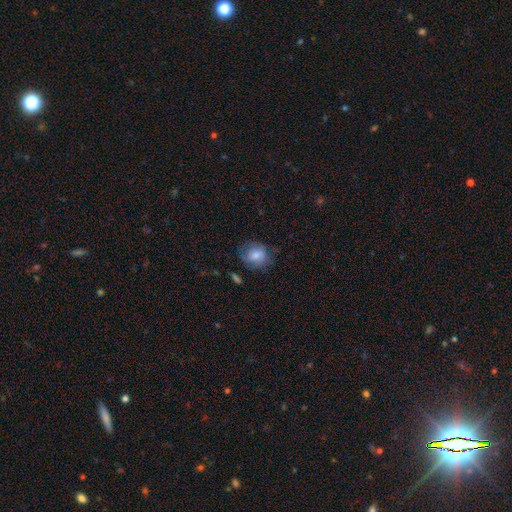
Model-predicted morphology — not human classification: Smooth or featured?
  - smooth: 72% *
  - featured or disk: 20%
  - star or artifact: 8%
How rounded?
  - round: 63% *
  - in between: 36%
  - cigar-shaped: 1%
Merging?
  - none: 64% *
  - minor disturbance: 24%
  - major disturbance: 10%
  - merger: 2%